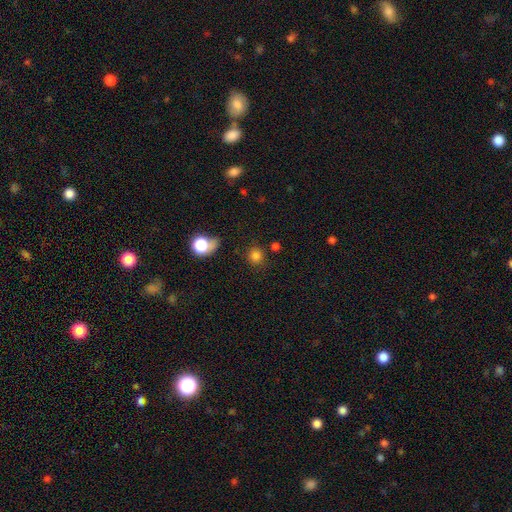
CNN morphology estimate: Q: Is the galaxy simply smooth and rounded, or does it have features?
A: smooth — 81%.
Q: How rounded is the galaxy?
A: round — 89%.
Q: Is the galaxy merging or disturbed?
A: none — 82%.